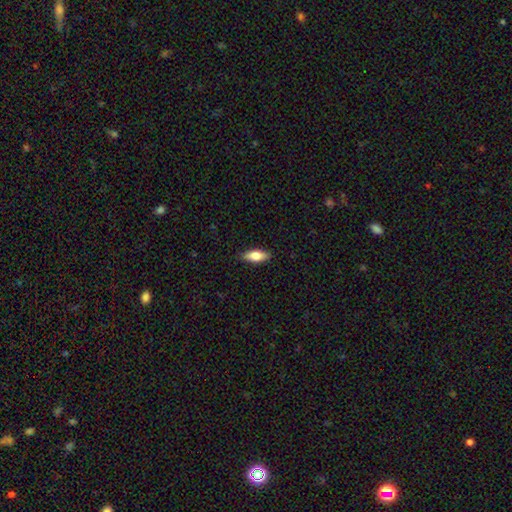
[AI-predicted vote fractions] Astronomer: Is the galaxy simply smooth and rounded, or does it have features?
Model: smooth — 73%.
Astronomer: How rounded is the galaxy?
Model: in between — 73%.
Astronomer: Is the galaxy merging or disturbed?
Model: none — 88%.